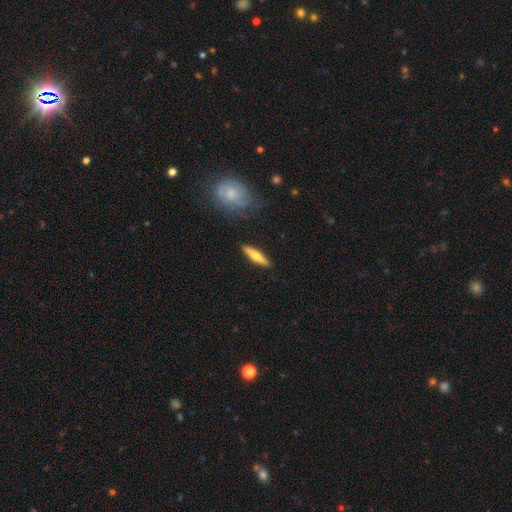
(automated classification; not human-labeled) smooth 53%, featured or disk 41%, star or artifact 6%. Down the decision tree: how rounded — cigar-shaped (78%); merging — none (88%).